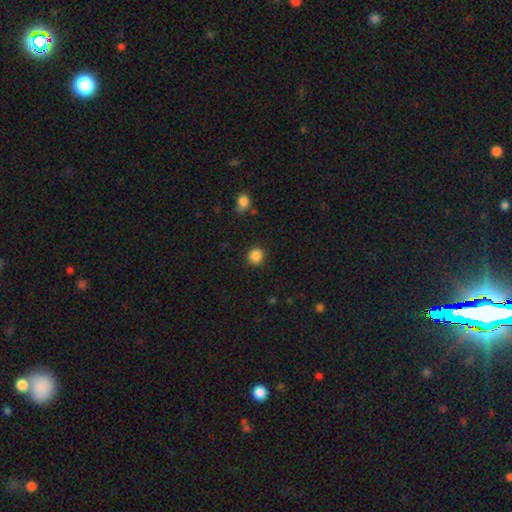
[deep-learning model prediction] Overall: smooth (87%). How rounded: round (89%). Merging: none (90%).